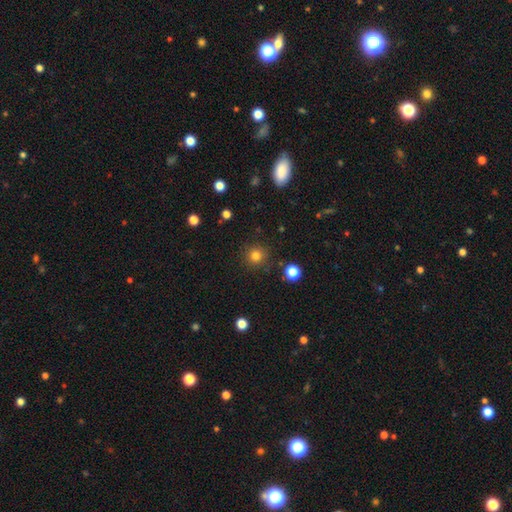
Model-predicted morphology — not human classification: Overall: smooth (80%). How rounded: round (94%). Merging: none (89%).